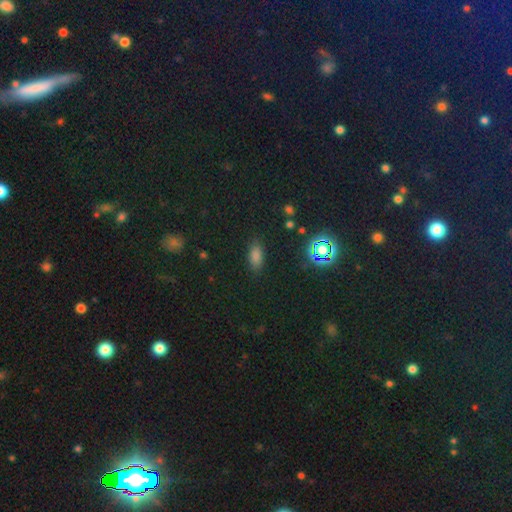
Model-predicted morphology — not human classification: Smooth or featured? Predicted: smooth (p=0.71). How rounded? Predicted: in between (p=0.82). Merging? Predicted: none (p=0.85).